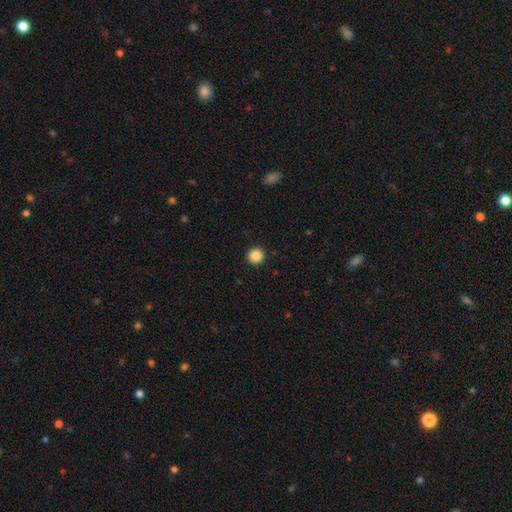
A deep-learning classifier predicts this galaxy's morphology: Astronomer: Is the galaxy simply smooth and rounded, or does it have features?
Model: smooth — 87%.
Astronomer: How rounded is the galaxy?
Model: round — 94%.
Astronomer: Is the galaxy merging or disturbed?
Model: none — 93%.